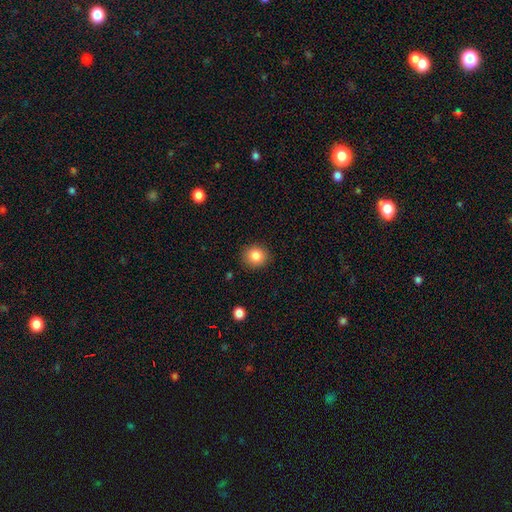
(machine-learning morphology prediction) The model was most divided on "how rounded": round: 84%, in between: 15%, cigar-shaped: 1%. More confident: merging — none (89%); smooth or featured — smooth (84%).